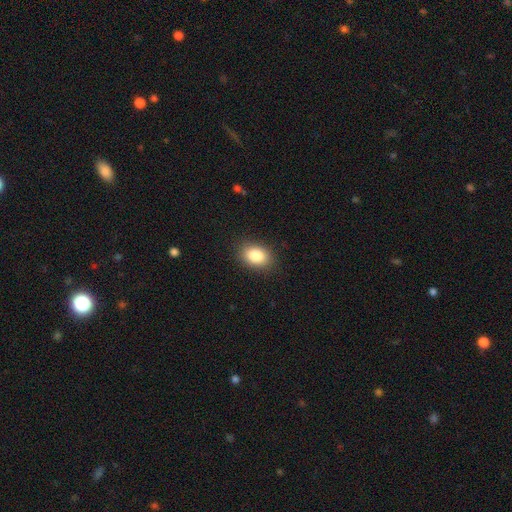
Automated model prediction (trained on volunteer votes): A smooth galaxy with no disk features (86%) that is in between round and cigar-shaped (78%).

Vote fractions:
- Smooth or featured? smooth: 86% / star or artifact: 8% / featured or disk: 6%
- How rounded? in between: 78% / round: 21% / cigar-shaped: 1%
- Merging? none: 88% / minor disturbance: 9% / major disturbance: 2% / merger: 1%